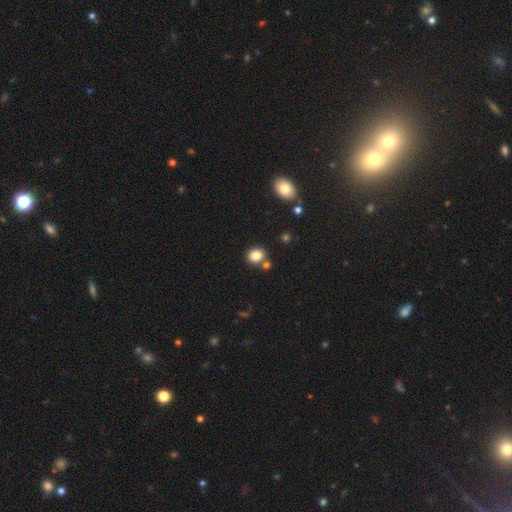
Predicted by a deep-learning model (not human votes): Smooth or featured? Predicted: smooth (p=0.84). How rounded? Predicted: round (p=0.61). Merging? Predicted: none (p=0.73).